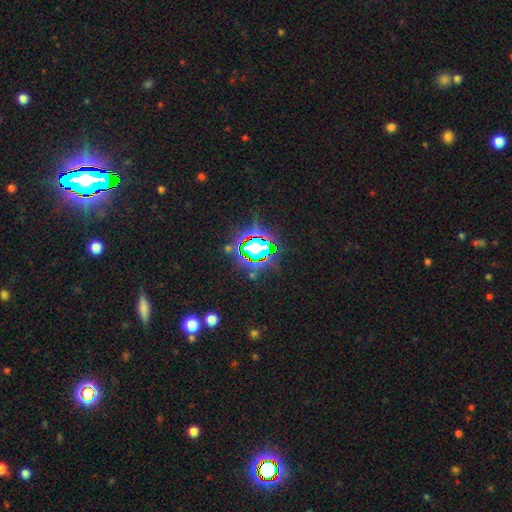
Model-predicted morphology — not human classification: Q: Smooth or featured?
A: star or artifact (80%); runner-up: smooth (12%)